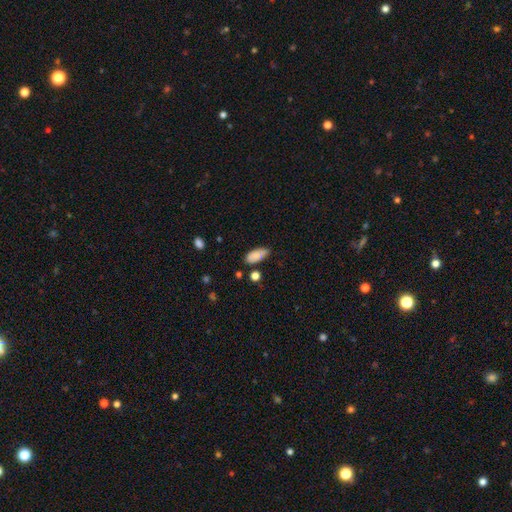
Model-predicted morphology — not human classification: Smooth or featured? Predicted: smooth (p=0.86). How rounded? Predicted: in between (p=0.85). Merging? Predicted: none (p=0.70).